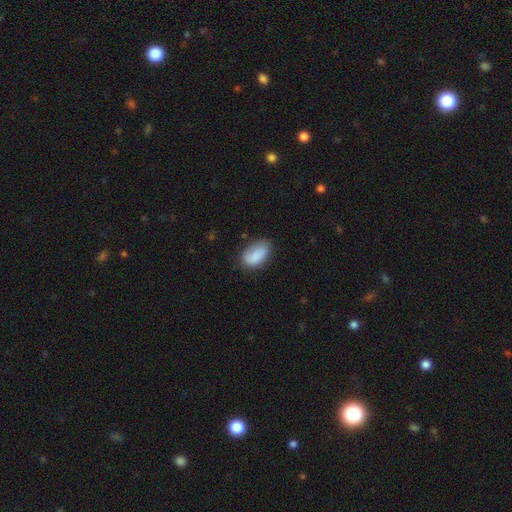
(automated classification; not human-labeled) A smooth galaxy with no disk features (82%) that is in between round and cigar-shaped (92%). Merging: none (63%).